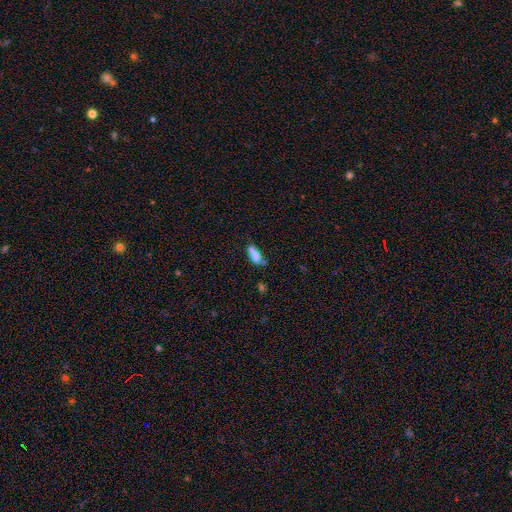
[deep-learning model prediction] Morphology: type=smooth (65%); roundness=in between (76%); merging=merger (41%).